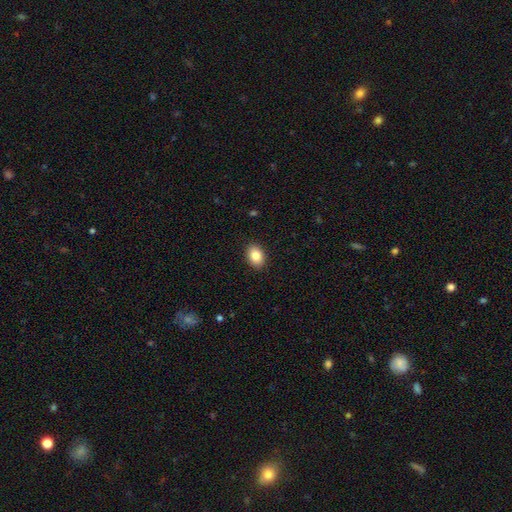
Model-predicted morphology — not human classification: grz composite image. It shows a smooth galaxy with no disk features (85%) that is in between round and cigar-shaped (76%). Merging: none (90%).